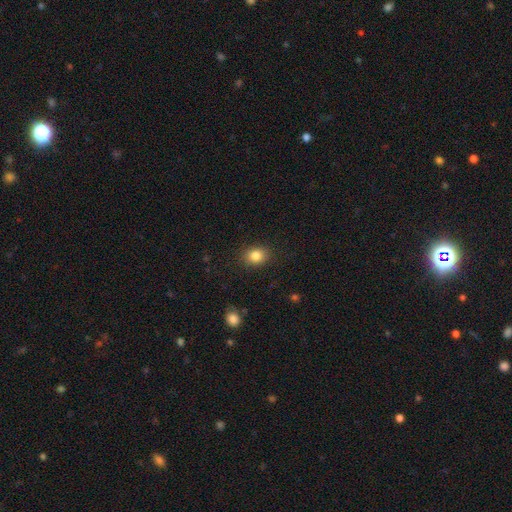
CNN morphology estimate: Q: Smooth or featured?
A: smooth (85%); runner-up: star or artifact (10%)
Q: How rounded?
A: round (50%); runner-up: in between (49%)
Q: Merging?
A: none (86%); runner-up: minor disturbance (10%)